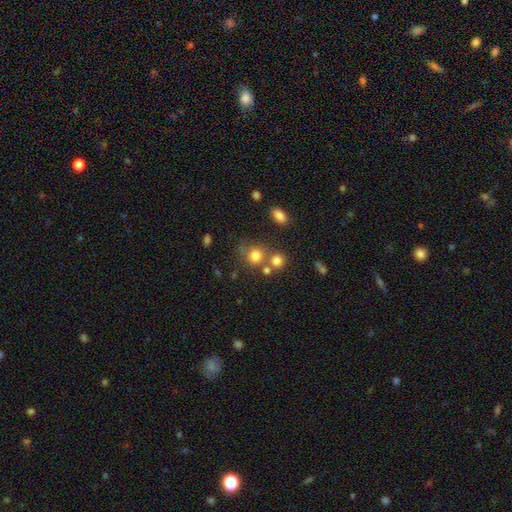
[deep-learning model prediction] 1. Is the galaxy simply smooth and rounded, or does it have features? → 76% smooth, 14% star or artifact, 10% featured or disk.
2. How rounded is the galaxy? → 80% round, 19% in between, 1% cigar-shaped.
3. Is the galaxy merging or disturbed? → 55% none, 25% merger, 13% minor disturbance, 7% major disturbance.